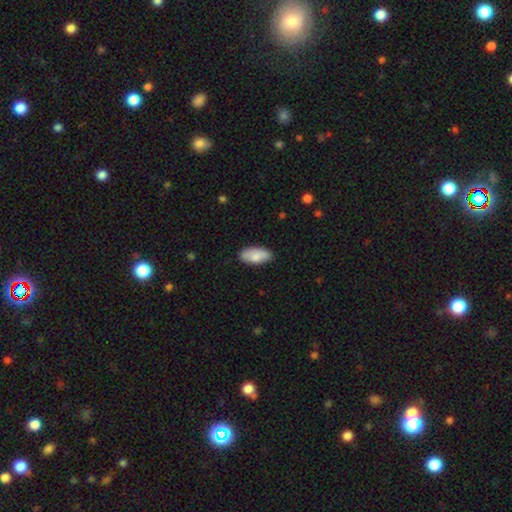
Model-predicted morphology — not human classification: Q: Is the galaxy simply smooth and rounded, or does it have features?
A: smooth — 82%.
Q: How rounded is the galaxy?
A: in between — 91%.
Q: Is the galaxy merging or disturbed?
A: none — 83%.